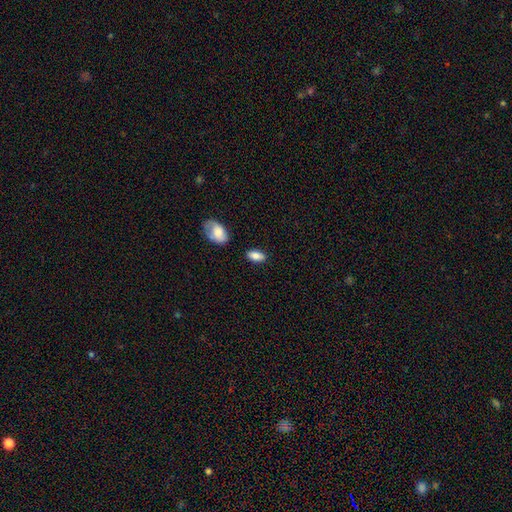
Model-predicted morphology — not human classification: The model was most divided on "merging": none: 81%, minor disturbance: 12%, merger: 4%, major disturbance: 3%. More confident: how rounded — in between (90%); smooth or featured — smooth (84%).